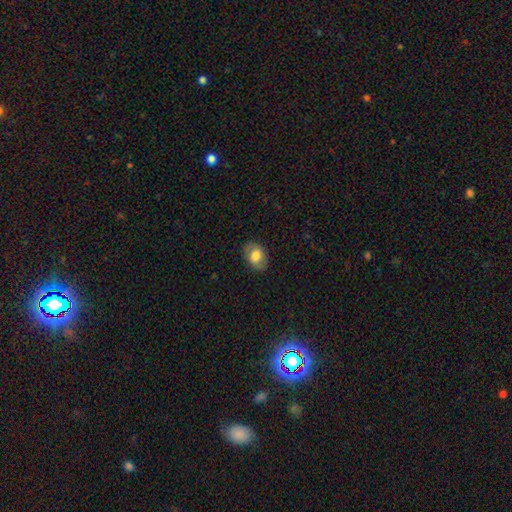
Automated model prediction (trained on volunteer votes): Smooth or featured? smooth (74%)
How rounded? in between (77%)
Merging? none (83%)